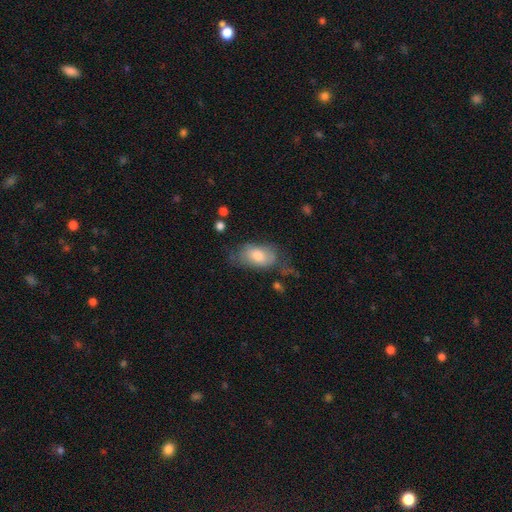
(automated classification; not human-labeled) Overall: smooth (65%; featured or disk 27%). How rounded: in between (90%). Merging: none (48%; minor disturbance 30%).